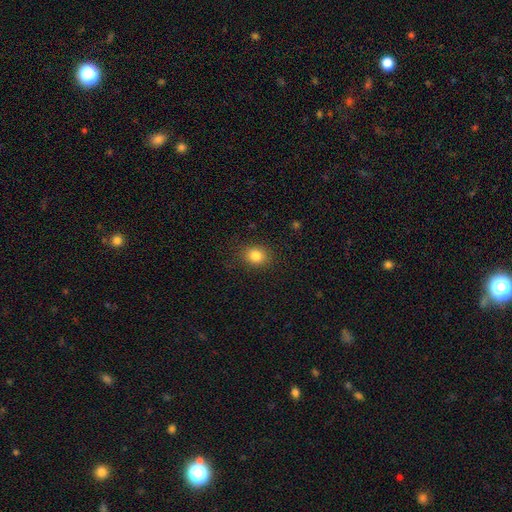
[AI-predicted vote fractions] A smooth galaxy with no disk features (83%) that is round (57%).

Vote fractions:
- Smooth or featured? smooth: 83% / star or artifact: 11% / featured or disk: 6%
- How rounded? round: 57% / in between: 42% / cigar-shaped: 1%
- Merging? none: 86% / minor disturbance: 10% / major disturbance: 3% / merger: 1%